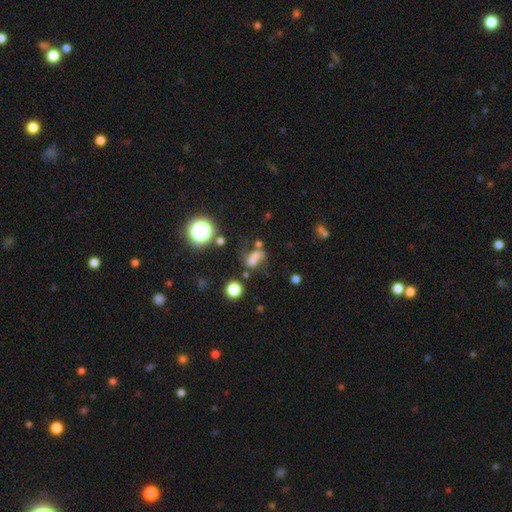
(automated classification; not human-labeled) Smooth or featured?
  - smooth: 52% *
  - star or artifact: 24%
  - featured or disk: 24%
How rounded?
  - in between: 64% *
  - round: 28%
  - cigar-shaped: 8%
Merging?
  - none: 33% *
  - major disturbance: 25%
  - merger: 22%
  - minor disturbance: 20%